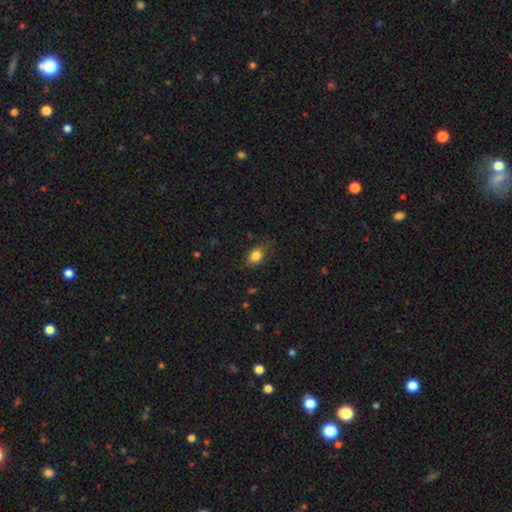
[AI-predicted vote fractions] The model was most divided on "how rounded": in between: 61%, round: 38%, cigar-shaped: 2%. More confident: smooth or featured — smooth (83%); merging — none (73%).